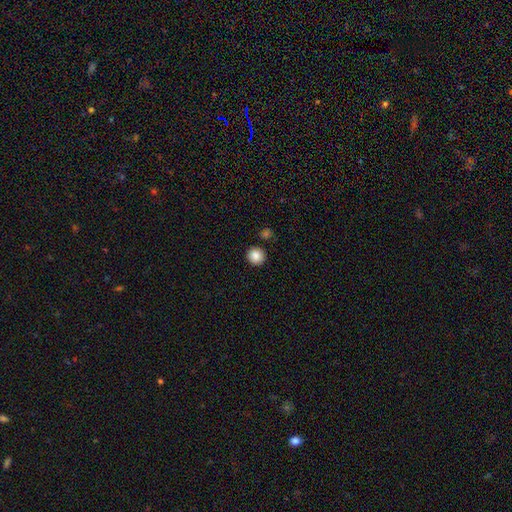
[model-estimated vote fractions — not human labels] Smooth or featured? smooth (87%)
How rounded? round (93%)
Merging? none (89%)